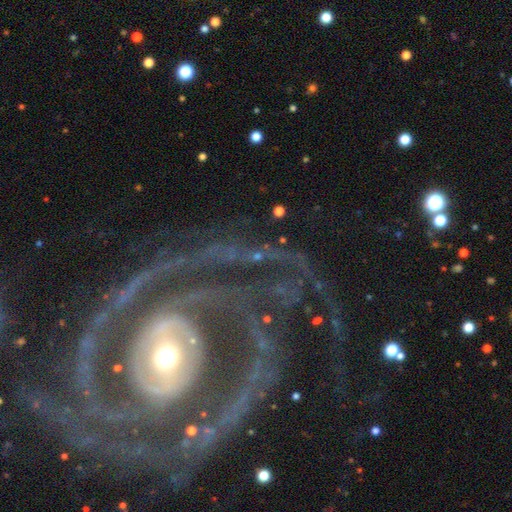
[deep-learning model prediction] Smooth or featured? featured or disk (89%)
Edge-on disk? no (97%)
Bar? no (52%)
Spiral arms? yes (90%)
Spiral winding? tight (58%)
Spiral arm count? 2 (35%)
Bulge size? moderate (61%)
Merging? none (63%)